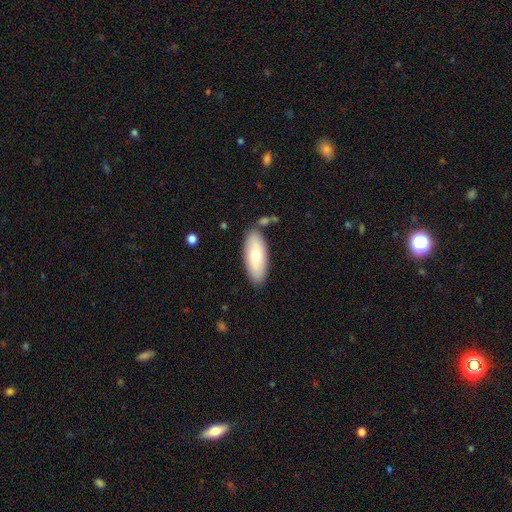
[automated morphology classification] type=smooth (69%); roundness=in between (81%); merging=none (81%).